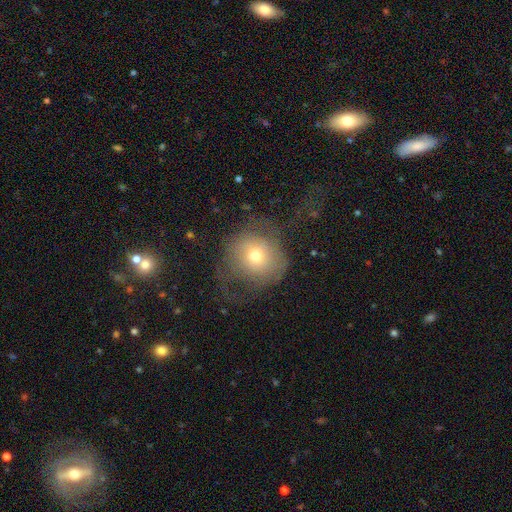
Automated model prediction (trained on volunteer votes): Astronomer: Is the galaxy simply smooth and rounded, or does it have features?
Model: smooth — 56% (runner-up: featured or disk, 33%).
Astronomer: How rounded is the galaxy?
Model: round — 82%.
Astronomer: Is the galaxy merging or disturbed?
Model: none — 44% (runner-up: major disturbance, 36%).